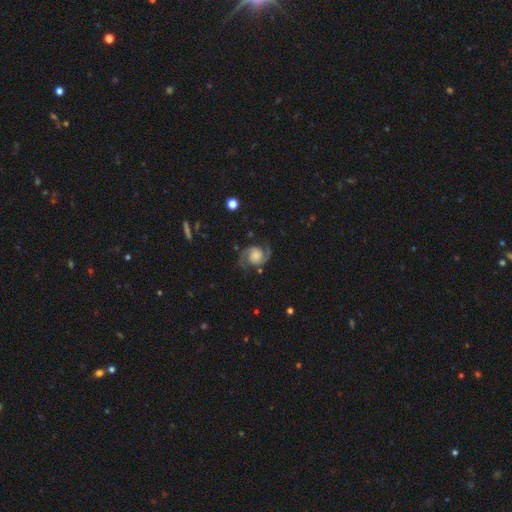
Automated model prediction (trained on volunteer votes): The model was most divided on "bulge size": large: 36%, none: 24%, moderate: 17%, small: 12%, dominant: 10%. More confident: edge-on disk — no (98%); spiral arms — yes (98%); spiral arm count — 2 (94%); smooth or featured — featured or disk (88%); merging — none (80%); bar — no (70%); spiral winding — medium (54%).